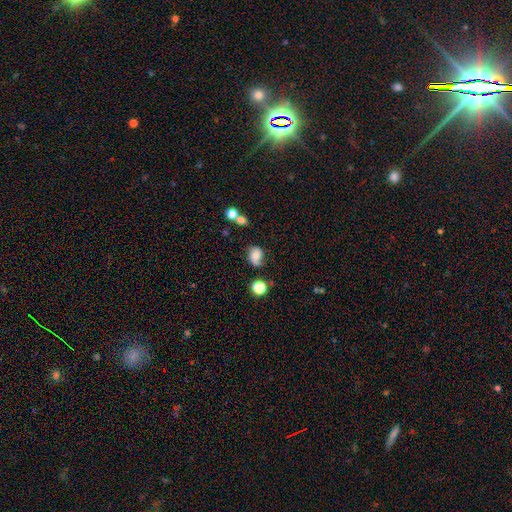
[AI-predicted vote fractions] A smooth galaxy with no disk features (52%) that is in between round and cigar-shaped (50%). Merging: none (55%).